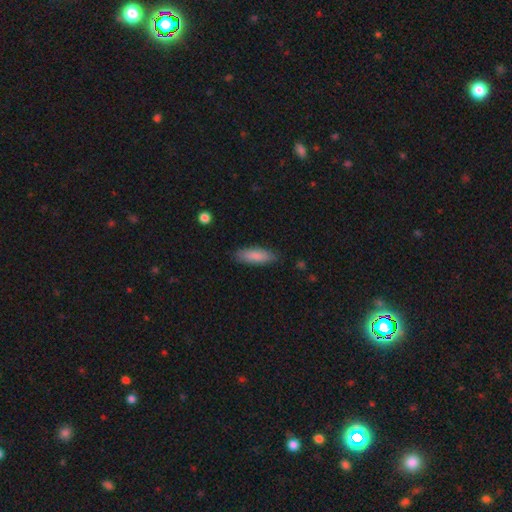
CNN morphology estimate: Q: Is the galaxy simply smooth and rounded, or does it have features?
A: smooth — 85%.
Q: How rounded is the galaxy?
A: in between — 52%.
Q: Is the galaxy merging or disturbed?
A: none — 83%.